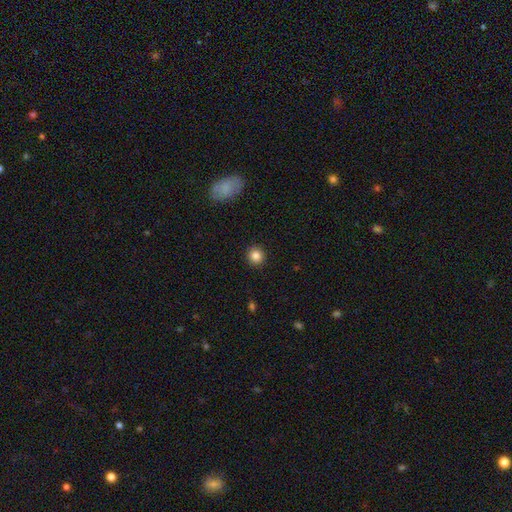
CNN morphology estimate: This is clearly a smooth galaxy (85%). How rounded: clearly round (91%). Merging: clearly none (92%).